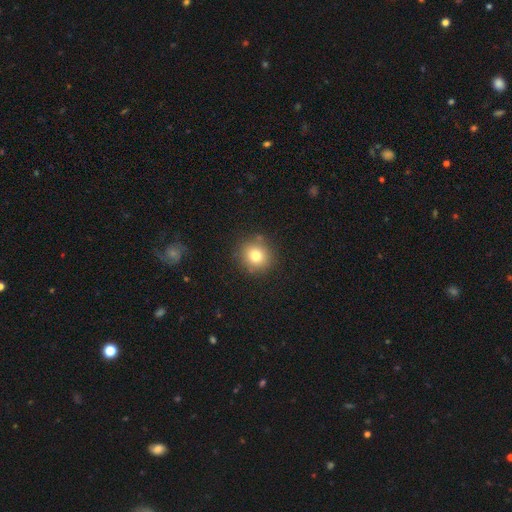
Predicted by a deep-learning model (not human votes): smooth-or-featured: smooth: 79% | star or artifact: 12% | featured or disk: 9%
  how-rounded: round: 89% | in between: 10% | cigar-shaped: 1%
  merging: none: 86% | minor disturbance: 8% | major disturbance: 3% | merger: 3%